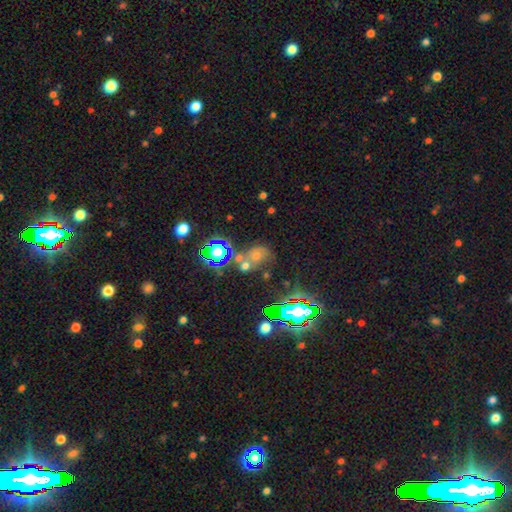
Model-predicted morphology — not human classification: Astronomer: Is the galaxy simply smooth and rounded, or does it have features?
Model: smooth — 44% (runner-up: star or artifact, 41%).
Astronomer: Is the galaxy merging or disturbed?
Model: none — 45% (runner-up: merger, 33%).